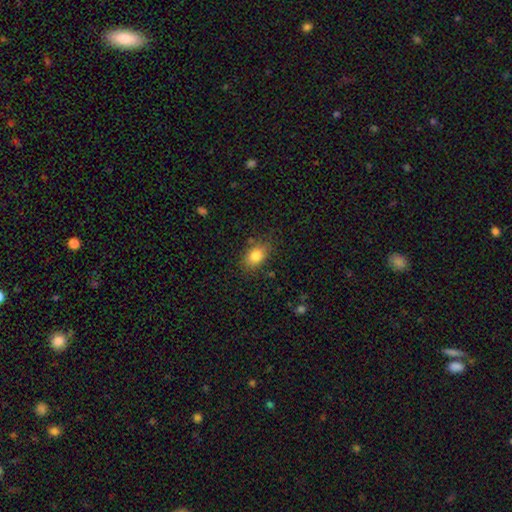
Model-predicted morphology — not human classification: This is clearly a smooth galaxy (82%). How rounded: likely in between (74%). Merging: likely none (78%).